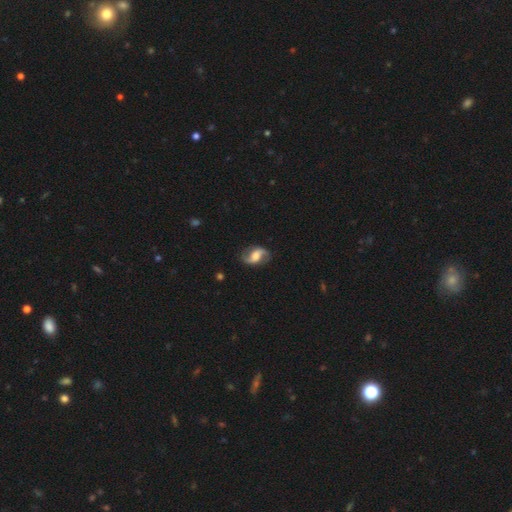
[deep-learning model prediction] Smooth or featured: featured or disk — 84% (smooth — 10%)
Edge-on disk: no — 97% (yes — 3%)
Bar: weak — 44% (no — 36%)
Spiral arms: yes — 96% (no — 4%)
Spiral winding: loose — 55% (medium — 35%)
Spiral arm count: 2 — 93% (can't tell — 2%)
Bulge size: moderate — 51% (large — 23%)
Merging: none — 82% (minor disturbance — 12%)